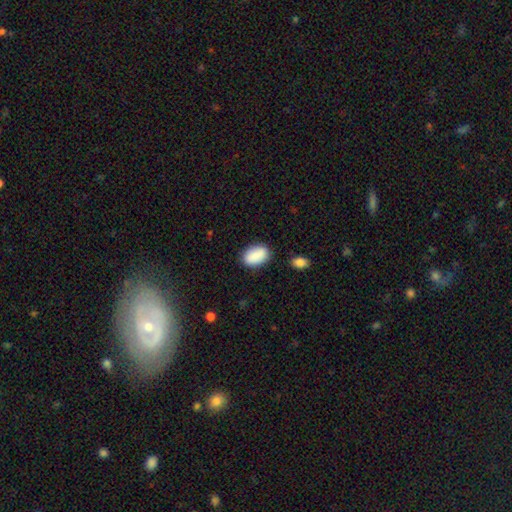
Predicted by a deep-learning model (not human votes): A smooth galaxy with no disk features (89%) that is in between round and cigar-shaped (90%). Merging: none (82%).